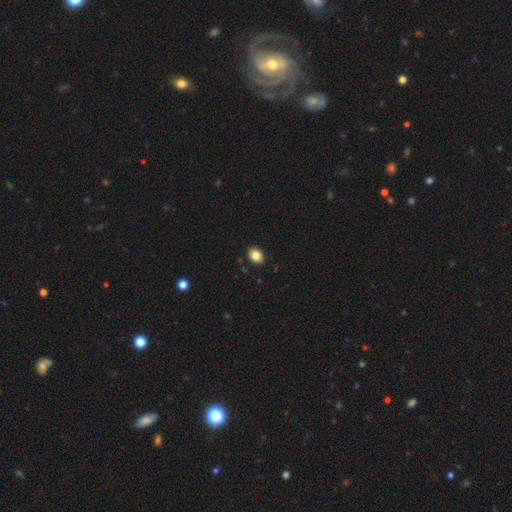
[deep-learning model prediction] smooth 85%, star or artifact 9%, featured or disk 6%. Down the decision tree: how rounded — in between (63%); merging — none (90%).